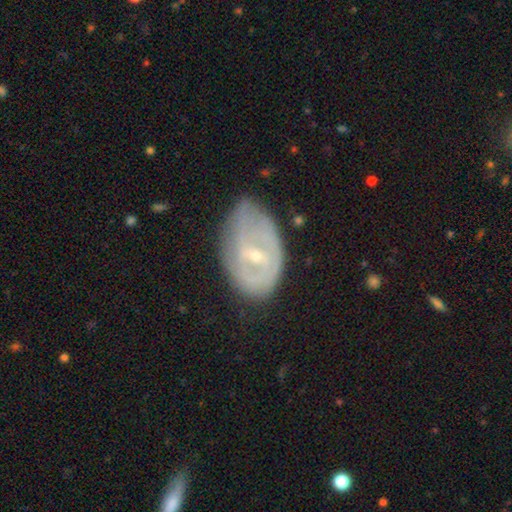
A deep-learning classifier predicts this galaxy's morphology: featured or disk 68%, smooth 24%, star or artifact 7%. Down the decision tree: edge-on disk — no (95%); bar — weak (48%); spiral arms — yes (68%); bulge size — small (69%); merging — none (45%).